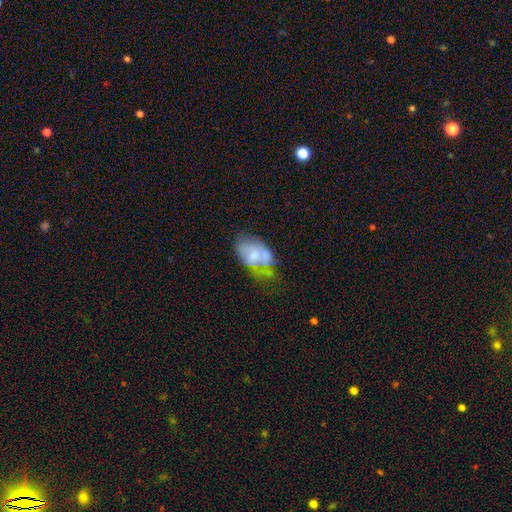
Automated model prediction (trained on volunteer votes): Smooth or featured? smooth (50%)
Merging? minor disturbance (35%)